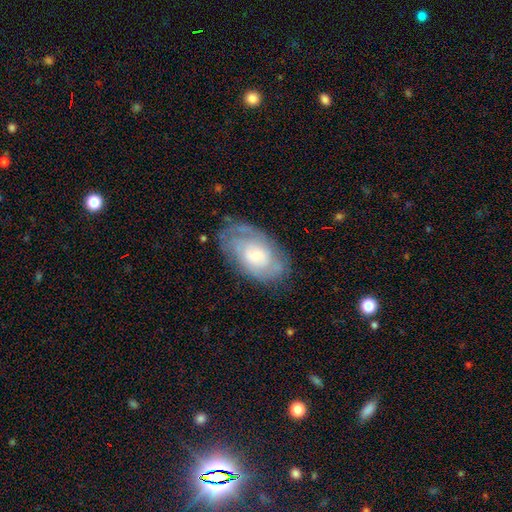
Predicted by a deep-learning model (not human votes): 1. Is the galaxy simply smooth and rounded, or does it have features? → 68% featured or disk, 25% smooth, 7% star or artifact.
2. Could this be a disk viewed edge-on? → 94% no, 6% yes.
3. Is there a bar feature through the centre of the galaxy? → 75% no, 21% weak, 4% strong.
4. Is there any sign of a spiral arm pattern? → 79% yes, 21% no.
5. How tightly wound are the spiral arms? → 66% tight, 26% medium, 8% loose.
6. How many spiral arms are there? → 55% can't tell, 24% 2, 8% 3, 5% 1, 4% 4, 3% more than 4.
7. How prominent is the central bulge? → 58% small, 36% moderate, 3% large, 1% none, 1% dominant.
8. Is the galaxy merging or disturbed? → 72% none, 19% minor disturbance, 8% major disturbance, 1% merger.